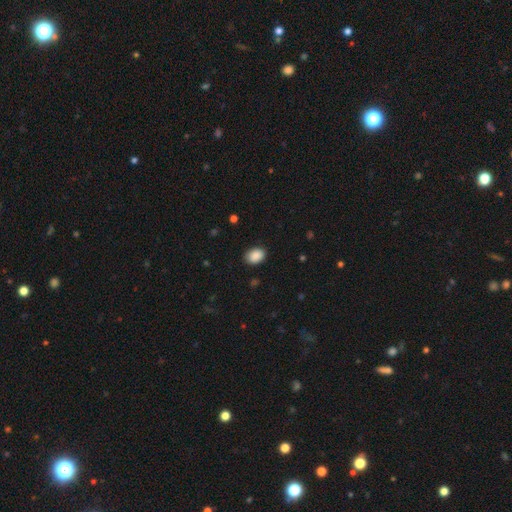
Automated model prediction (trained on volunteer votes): smooth 90%, star or artifact 7%, featured or disk 3%. Down the decision tree: how rounded — in between (77%); merging — none (87%).